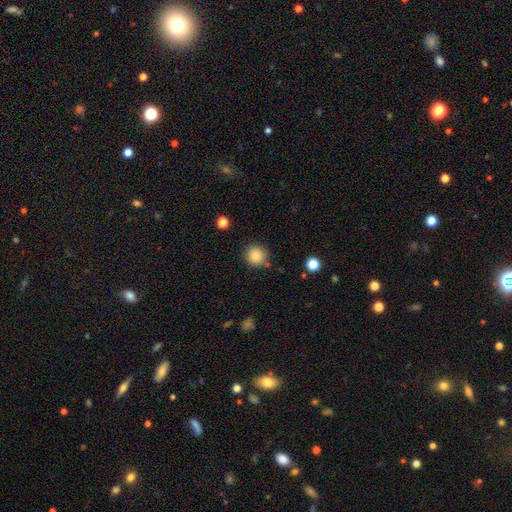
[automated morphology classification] Smooth or featured: smooth — 85% (star or artifact — 10%)
How rounded: round — 94% (in between — 5%)
Merging: none — 84% (minor disturbance — 9%)